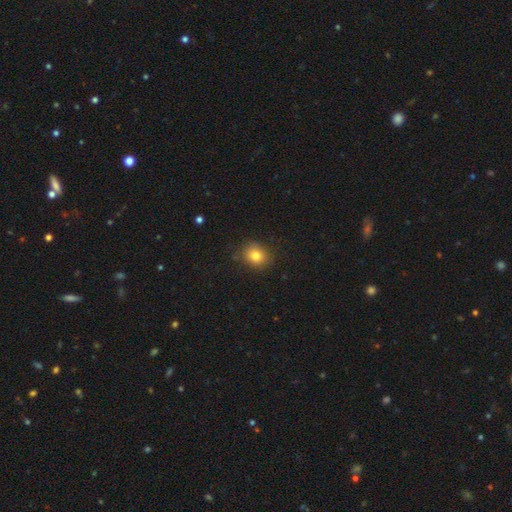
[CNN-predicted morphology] type=smooth (80%); roundness=round (67%); merging=none (84%).